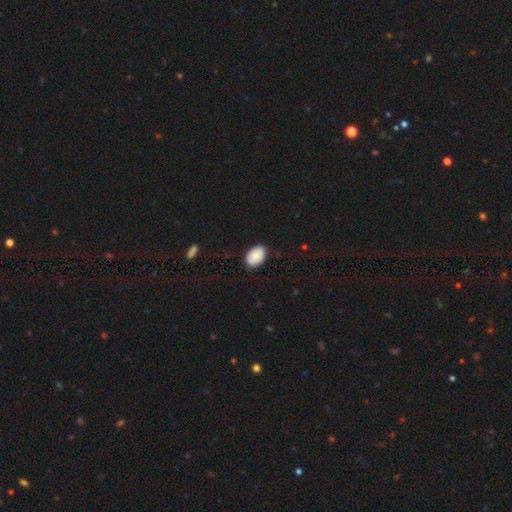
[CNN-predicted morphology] A smooth galaxy with no disk features (88%) that is in between round and cigar-shaped (85%). Merging: none (87%).